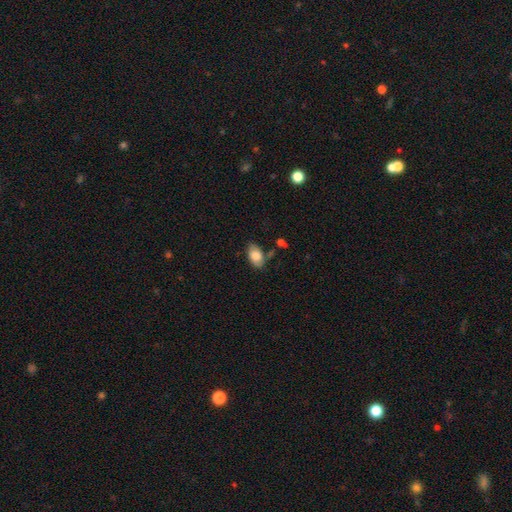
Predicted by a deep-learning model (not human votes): Q: Smooth or featured?
A: smooth (78%); runner-up: featured or disk (15%)
Q: How rounded?
A: in between (92%); runner-up: round (6%)
Q: Merging?
A: none (71%); runner-up: minor disturbance (19%)